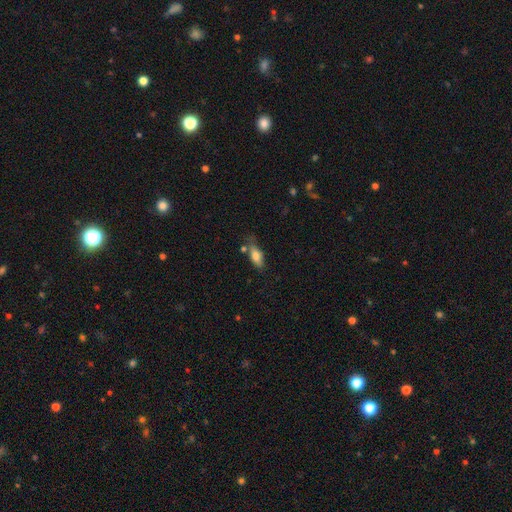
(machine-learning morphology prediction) Smooth or featured? smooth (76%)
How rounded? in between (77%)
Merging? none (53%)